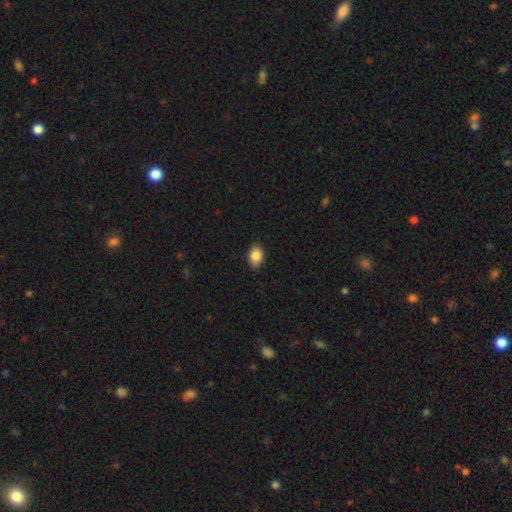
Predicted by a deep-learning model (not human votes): smooth 87%, star or artifact 8%, featured or disk 6%. Down the decision tree: how rounded — in between (82%); merging — none (86%).